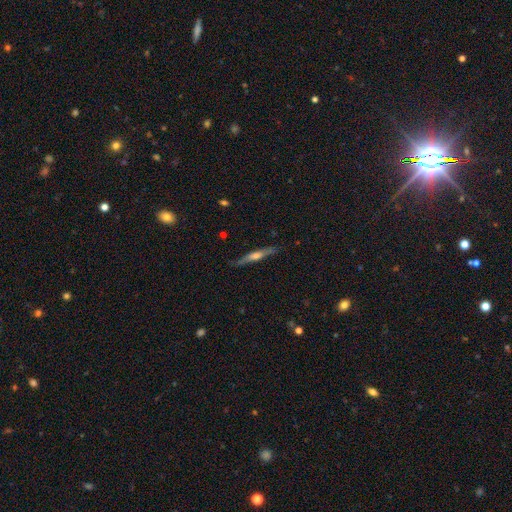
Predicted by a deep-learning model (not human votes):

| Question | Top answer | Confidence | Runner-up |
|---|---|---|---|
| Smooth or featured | featured or disk | 62% | smooth (32%) |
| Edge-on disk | yes | 95% | no (5%) |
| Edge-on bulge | rounded | 73% | none (14%) |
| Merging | none | 82% | minor disturbance (14%) |